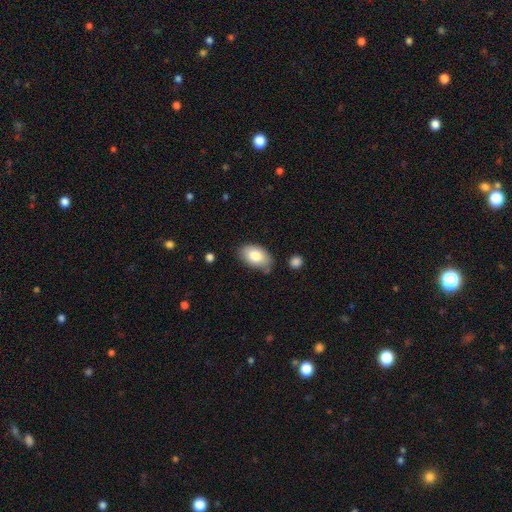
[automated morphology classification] type=smooth (80%); roundness=in between (92%); merging=none (72%).